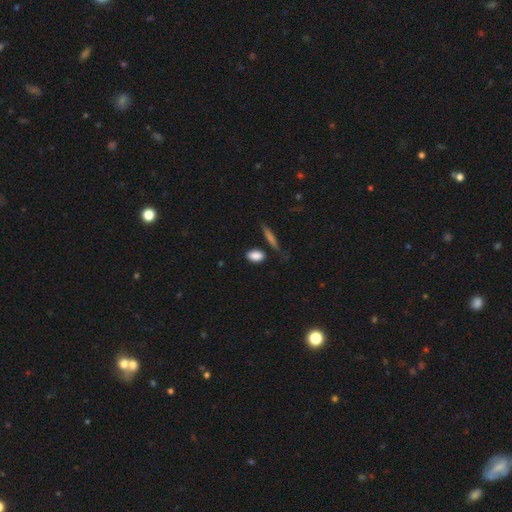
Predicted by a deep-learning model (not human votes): A smooth galaxy with no disk features (87%) that is in between round and cigar-shaped (85%). Merging: none (77%).